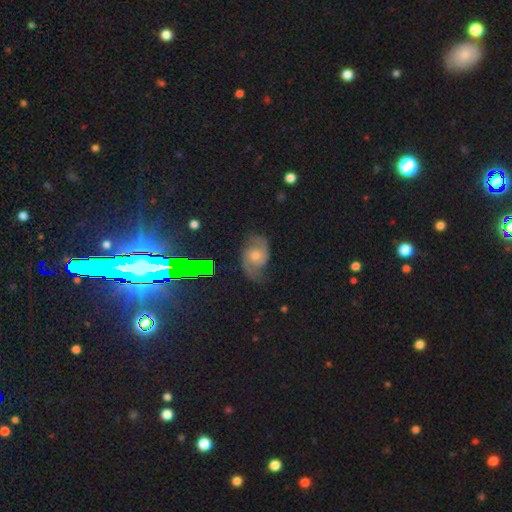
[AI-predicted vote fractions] A featured or disk galaxy (75%) with no bar (69%), 2 (81%) medium (47%) spiral arms (95%) and a small central bulge (47%).

Vote fractions:
- Smooth or featured? featured or disk: 75% / smooth: 13% / star or artifact: 11%
- Edge-on disk? no: 96% / yes: 4%
- Bar? no: 69% / weak: 26% / strong: 5%
- Spiral arms? yes: 95% / no: 5%
- Spiral winding? medium: 47% / tight: 27% / loose: 26%
- Spiral arm count? 2: 81% / can't tell: 9% / 3: 4% / 1: 3% / 4: 2% / more than 4: 2%
- Bulge size? small: 47% / moderate: 46% / large: 3% / none: 3% / dominant: 1%
- Merging? none: 67% / minor disturbance: 22% / major disturbance: 10% / merger: 2%